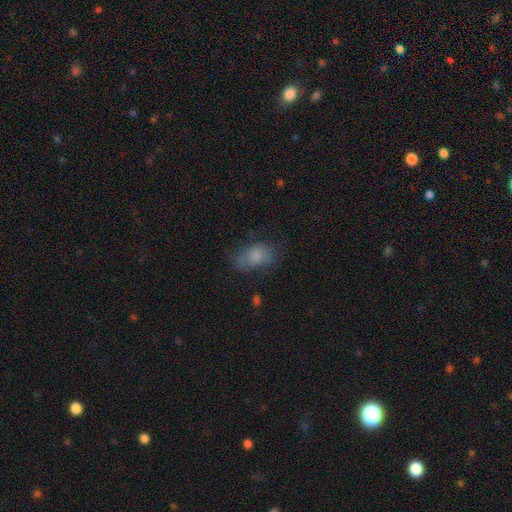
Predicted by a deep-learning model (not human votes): Smooth or featured?
  - smooth: 66% *
  - featured or disk: 23%
  - star or artifact: 11%
How rounded?
  - in between: 80% *
  - round: 18%
  - cigar-shaped: 2%
Merging?
  - none: 53% *
  - minor disturbance: 27%
  - major disturbance: 18%
  - merger: 3%